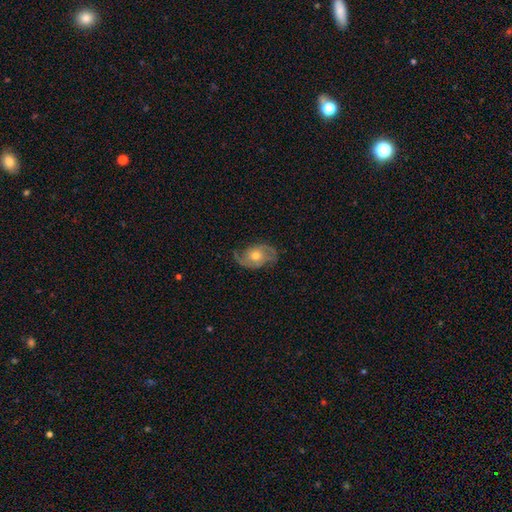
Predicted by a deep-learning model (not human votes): Smooth or featured? Predicted: featured or disk (p=0.80). Edge-on disk? Predicted: no (p=0.96). Bar? Predicted: no (p=0.74). Spiral arms? Predicted: yes (p=0.93). Spiral winding? Predicted: medium (p=0.46). Spiral arm count? Predicted: 2 (p=0.85). Bulge size? Predicted: moderate (p=0.71). Merging? Predicted: none (p=0.71).